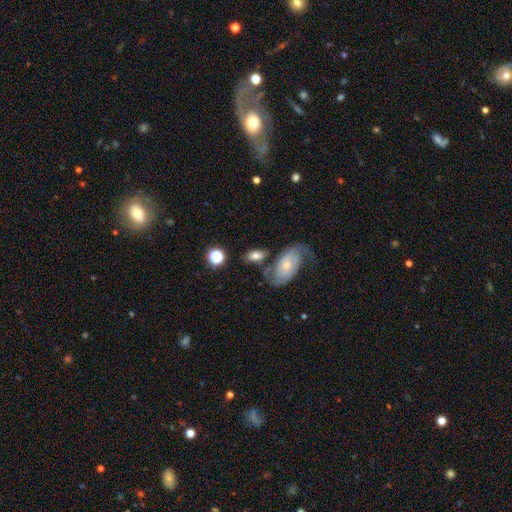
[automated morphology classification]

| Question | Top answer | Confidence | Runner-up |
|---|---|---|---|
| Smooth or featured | smooth | 59% | featured or disk (32%) |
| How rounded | in between | 83% | round (13%) |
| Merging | none | 57% | minor disturbance (18%) |